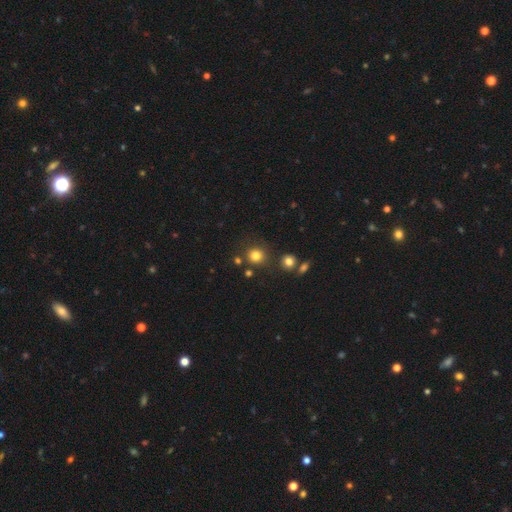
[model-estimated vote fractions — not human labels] A smooth galaxy with no disk features (79%) that is round (90%). Merging: none (80%).